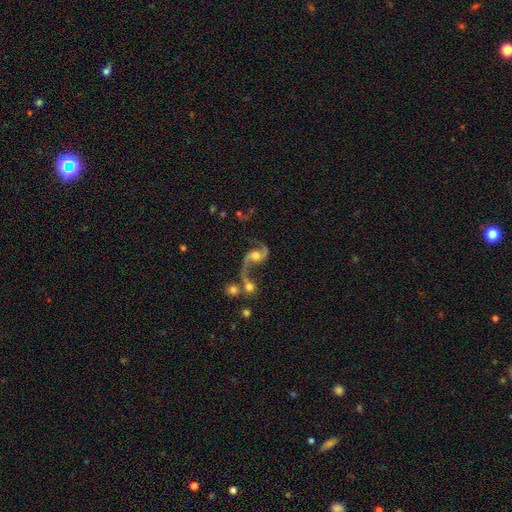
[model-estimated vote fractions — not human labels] Smooth or featured: featured or disk — 89% (smooth — 6%)
Edge-on disk: no — 98% (yes — 2%)
Bar: no — 57% (weak — 33%)
Spiral arms: yes — 96% (no — 4%)
Spiral winding: loose — 71% (medium — 24%)
Spiral arm count: 2 — 92% (1 — 3%)
Bulge size: moderate — 64% (large — 16%)
Merging: none — 49% (merger — 23%)